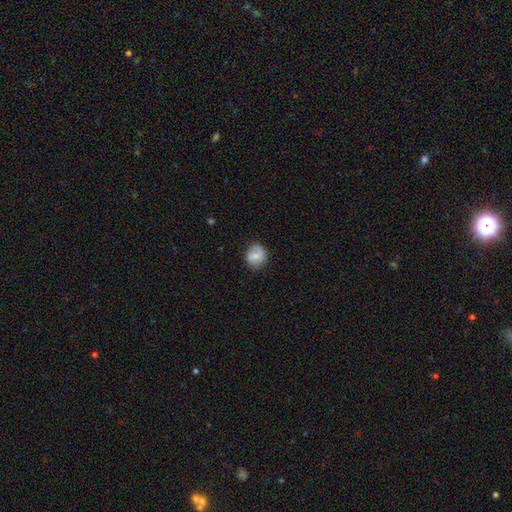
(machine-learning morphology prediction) The model was most divided on "smooth or featured": smooth: 66%, featured or disk: 27%, star or artifact: 8%. More confident: how rounded — round (75%); merging — none (74%).